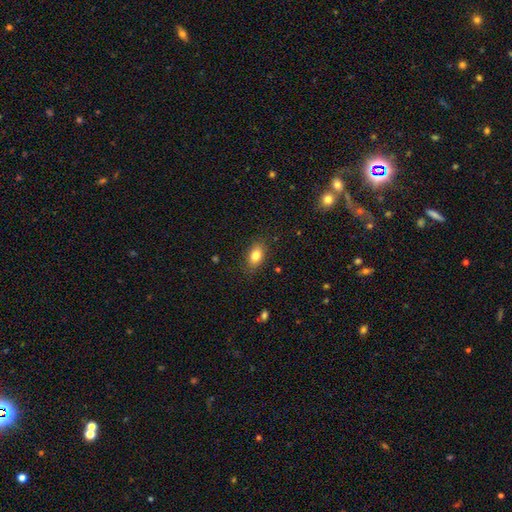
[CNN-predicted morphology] A smooth galaxy with no disk features (81%) that is in between round and cigar-shaped (85%).

Vote fractions:
- Smooth or featured? smooth: 81% / featured or disk: 10% / star or artifact: 9%
- How rounded? in between: 85% / round: 12% / cigar-shaped: 3%
- Merging? none: 83% / minor disturbance: 13% / major disturbance: 3% / merger: 1%